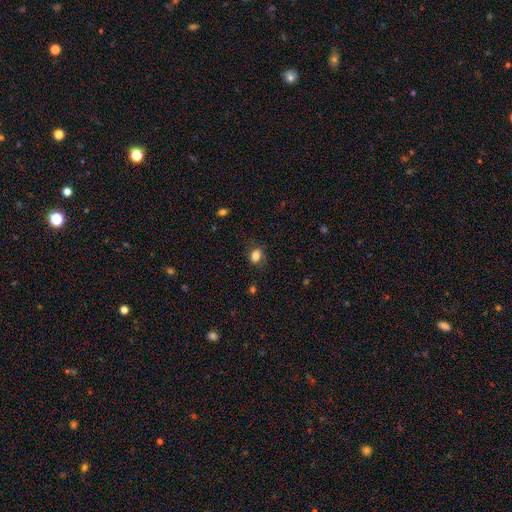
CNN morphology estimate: Overall: smooth (83%). How rounded: in between (61%; round 38%). Merging: none (75%).